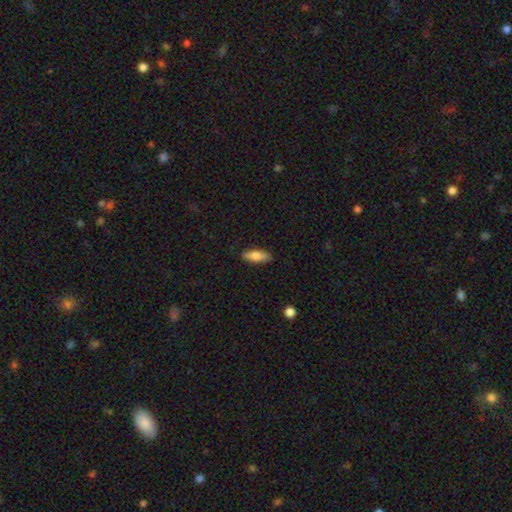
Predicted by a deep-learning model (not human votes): smooth-or-featured: smooth: 79% | featured or disk: 15% | star or artifact: 6%
  how-rounded: in between: 60% | cigar-shaped: 37% | round: 2%
  merging: none: 88% | minor disturbance: 9% | major disturbance: 2% | merger: 1%